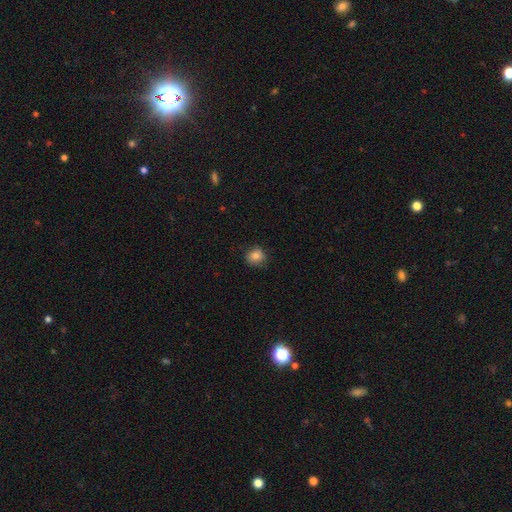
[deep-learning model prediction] Smooth or featured? smooth (80%)
How rounded? round (81%)
Merging? none (76%)